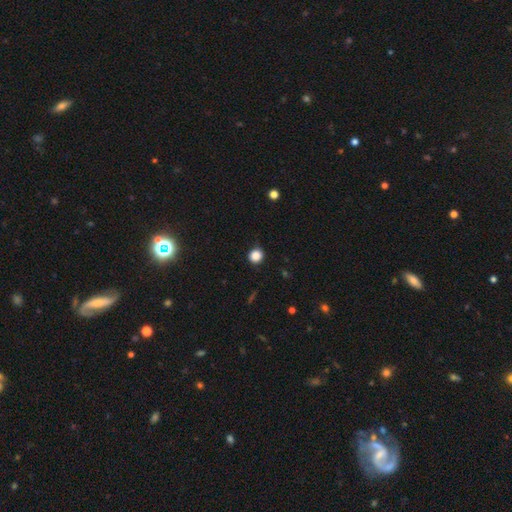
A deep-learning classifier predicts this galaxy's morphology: Overall: smooth (86%). How rounded: round (91%). Merging: none (88%).